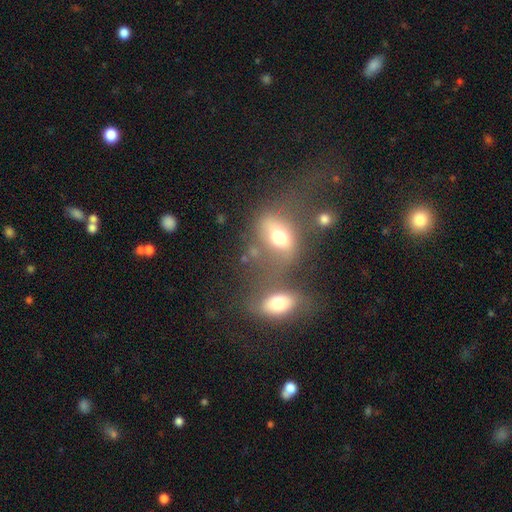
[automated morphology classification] smooth 46%, featured or disk 38%, star or artifact 16%. Down the decision tree: merging — merger (58%).